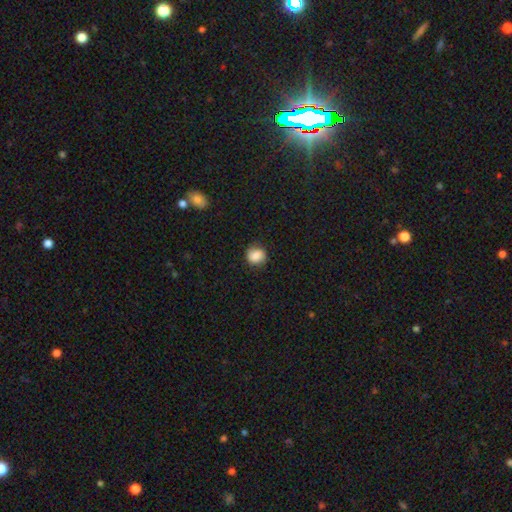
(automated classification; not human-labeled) A smooth galaxy with no disk features (77%) that is round (80%). Merging: none (80%).